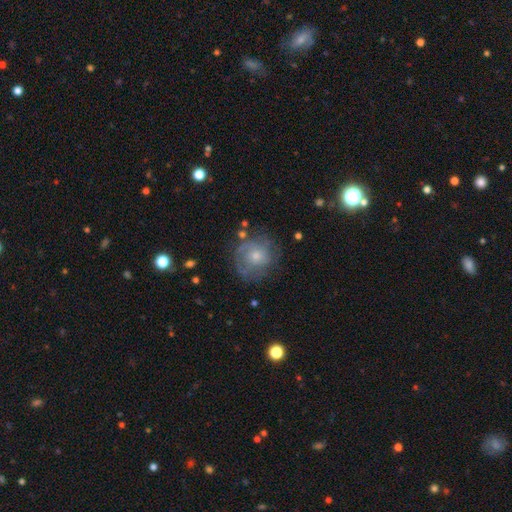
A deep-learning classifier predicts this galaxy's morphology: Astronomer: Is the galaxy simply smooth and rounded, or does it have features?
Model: featured or disk — 55% (runner-up: smooth, 36%).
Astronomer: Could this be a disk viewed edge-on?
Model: no — 97%.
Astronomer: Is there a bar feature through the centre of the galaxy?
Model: no — 82%.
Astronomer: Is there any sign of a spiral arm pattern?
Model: yes — 70%.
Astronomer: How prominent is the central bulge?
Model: small — 55% (runner-up: moderate, 38%).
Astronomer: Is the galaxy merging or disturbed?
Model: none — 64%.